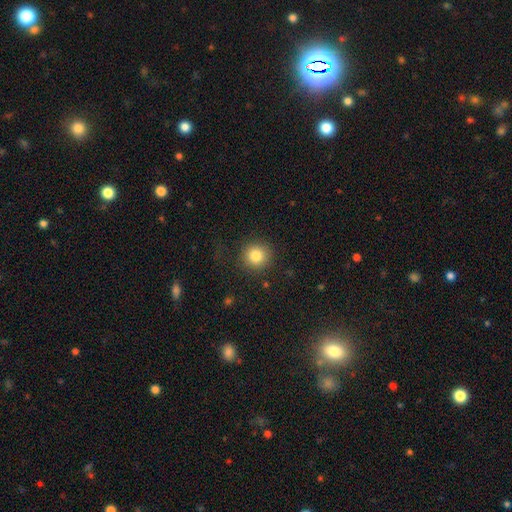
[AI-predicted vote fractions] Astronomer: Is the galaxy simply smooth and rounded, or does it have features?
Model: smooth — 82%.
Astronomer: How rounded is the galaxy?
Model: round — 93%.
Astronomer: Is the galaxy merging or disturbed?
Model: none — 87%.